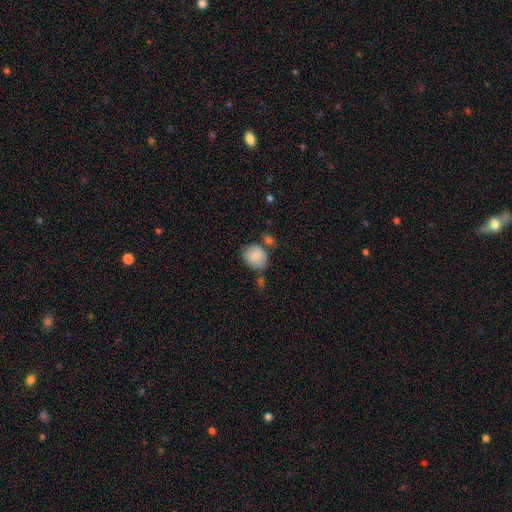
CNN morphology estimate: The model was most divided on "how rounded": round: 67%, in between: 32%, cigar-shaped: 1%. More confident: smooth or featured — smooth (86%); merging — none (55%).